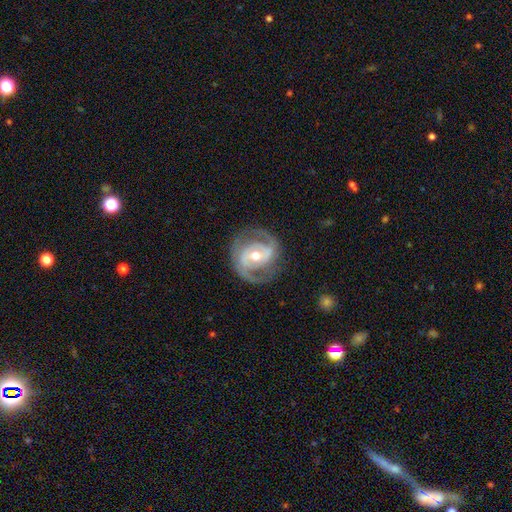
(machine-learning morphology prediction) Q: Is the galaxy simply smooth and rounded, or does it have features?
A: featured or disk — 86%.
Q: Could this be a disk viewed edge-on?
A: no — 97%.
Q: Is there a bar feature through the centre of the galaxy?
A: weak — 39%.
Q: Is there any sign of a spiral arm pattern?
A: yes — 92%.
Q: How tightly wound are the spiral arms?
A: medium — 46%.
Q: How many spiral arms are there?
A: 2 — 84%.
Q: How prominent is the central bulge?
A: moderate — 70%.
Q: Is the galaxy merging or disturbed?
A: none — 76%.